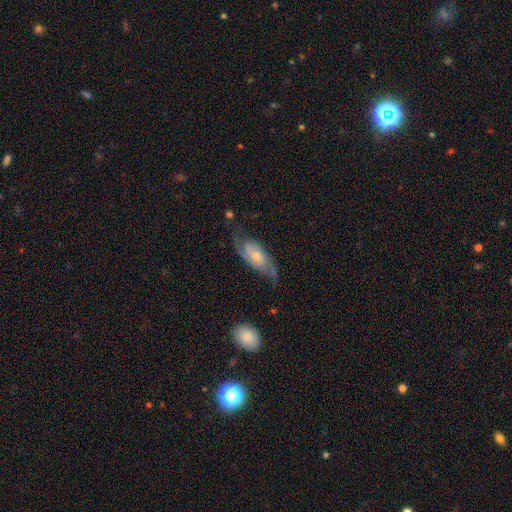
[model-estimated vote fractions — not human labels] featured or disk 70%, smooth 24%, star or artifact 6%. Down the decision tree: edge-on disk — no (90%); bar — no (66%); spiral arms — yes (90%); spiral arm count — 2 (76%); spiral winding — medium (43%); bulge size — small (47%); merging — none (57%).